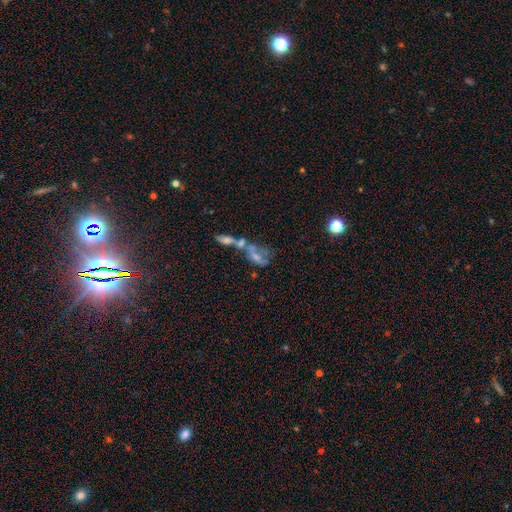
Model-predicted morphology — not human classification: This is possibly a featured or disk galaxy (46%). Merging: likely merger (65%).